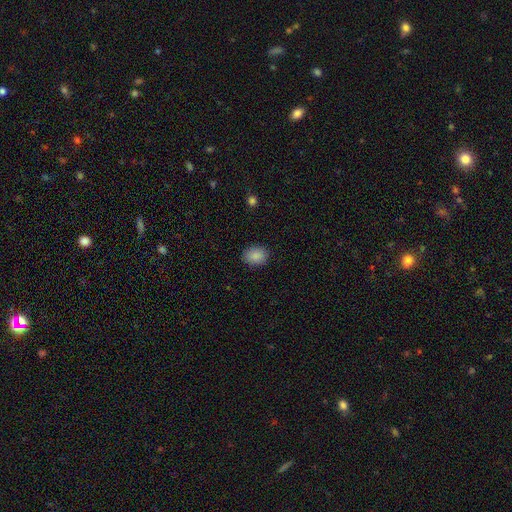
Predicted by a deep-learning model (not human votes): smooth-or-featured: smooth: 88% | star or artifact: 8% | featured or disk: 4%
  how-rounded: in between: 60% | round: 39% | cigar-shaped: 1%
  merging: none: 87% | minor disturbance: 9% | major disturbance: 2% | merger: 1%